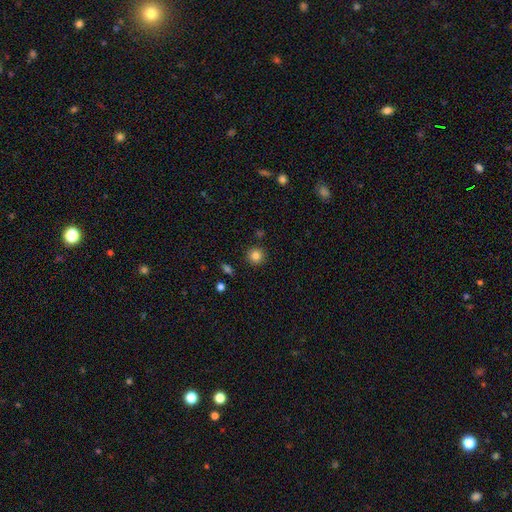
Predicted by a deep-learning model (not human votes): Overall: smooth (83%). How rounded: round (93%). Merging: none (89%).